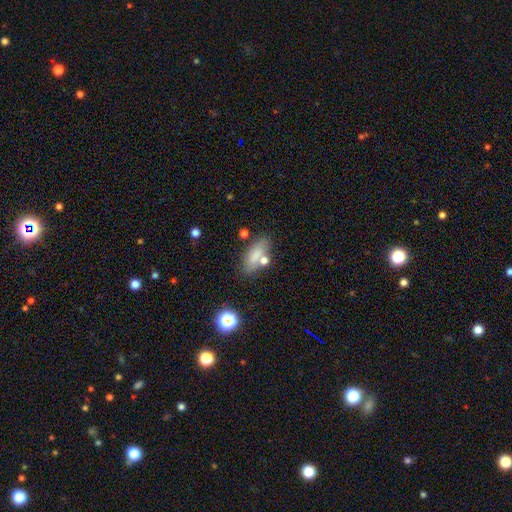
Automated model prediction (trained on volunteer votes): Smooth or featured? Predicted: smooth (p=0.77). How rounded? Predicted: in between (p=0.74). Merging? Predicted: none (p=0.70).